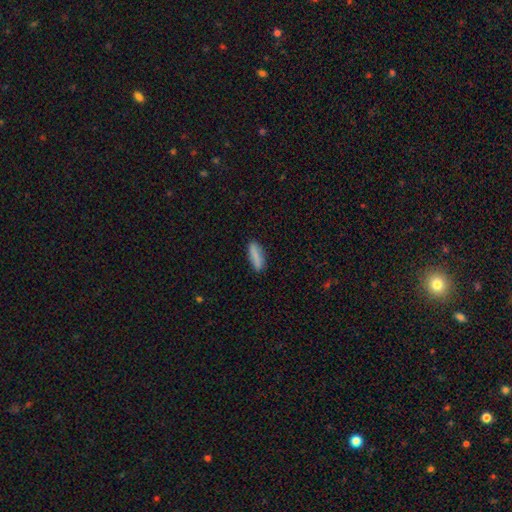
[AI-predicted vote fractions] smooth-or-featured: smooth: 84% | featured or disk: 9% | star or artifact: 7%
  how-rounded: cigar-shaped: 53% | in between: 45% | round: 2%
  merging: none: 85% | minor disturbance: 11% | major disturbance: 2% | merger: 1%